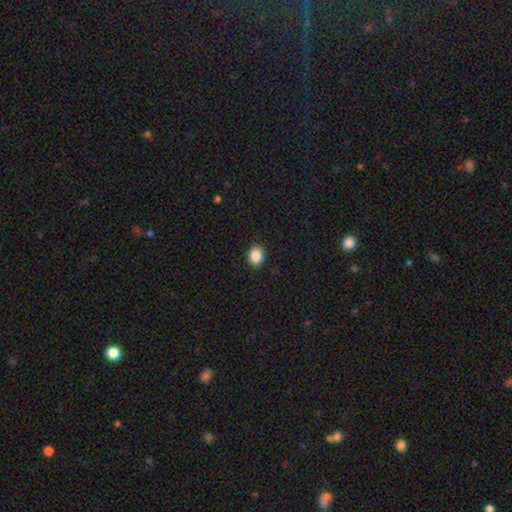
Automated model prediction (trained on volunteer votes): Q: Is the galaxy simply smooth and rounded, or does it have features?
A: smooth — 88%.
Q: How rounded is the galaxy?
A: round — 63%.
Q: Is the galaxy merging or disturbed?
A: none — 91%.